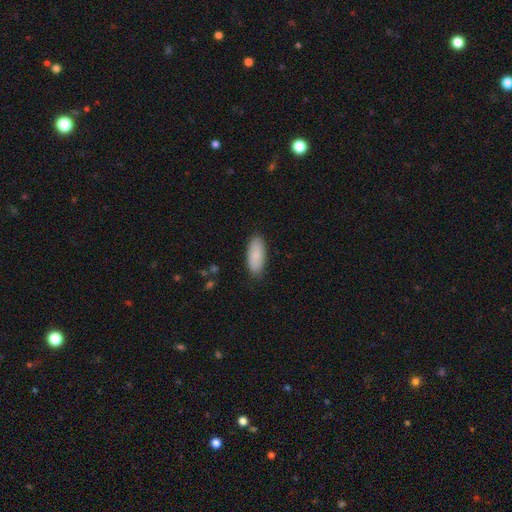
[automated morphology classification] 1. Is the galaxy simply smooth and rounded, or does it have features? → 86% smooth, 8% featured or disk, 6% star or artifact.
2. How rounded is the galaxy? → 85% in between, 14% cigar-shaped, 2% round.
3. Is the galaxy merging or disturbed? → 85% none, 11% minor disturbance, 2% major disturbance, 1% merger.